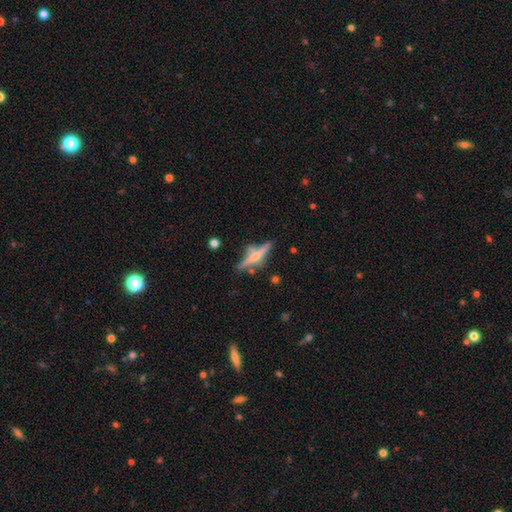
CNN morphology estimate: A featured or disk galaxy (65%) viewed edge-on (95%) with a rounded central bulge (85%). Merging: none (71%).